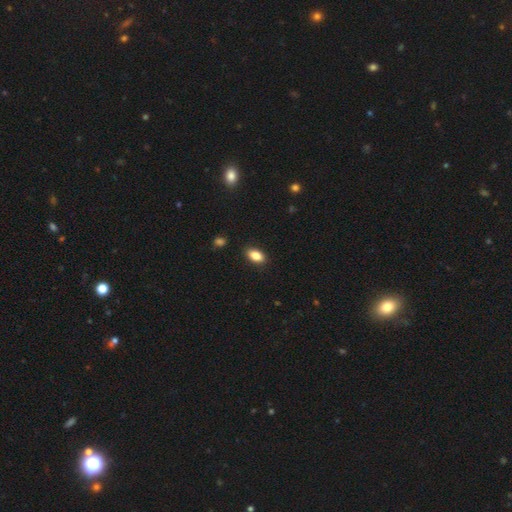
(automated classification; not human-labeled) smooth_or_featured: smooth (p=0.85) [alt: star or artifact p=0.08]
how_rounded: in between (p=0.90) [alt: round p=0.07]
merging: none (p=0.88) [alt: minor disturbance p=0.09]